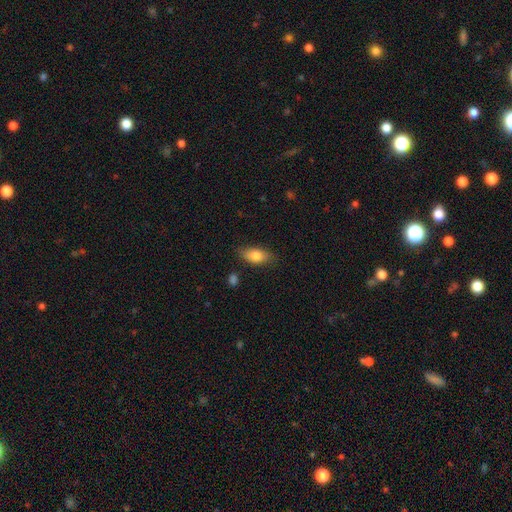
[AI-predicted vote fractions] smooth 80%, featured or disk 13%, star or artifact 7%. Down the decision tree: how rounded — in between (86%); merging — none (79%).